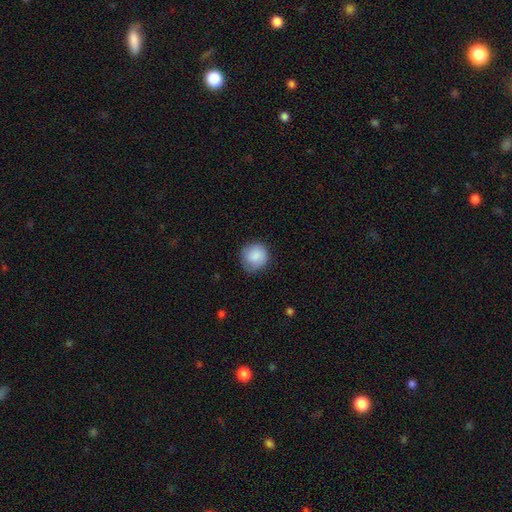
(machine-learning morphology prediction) smooth-or-featured: smooth: 85% | featured or disk: 8% | star or artifact: 7%
  how-rounded: round: 90% | in between: 9% | cigar-shaped: 1%
  merging: none: 76% | minor disturbance: 19% | major disturbance: 4% | merger: 1%